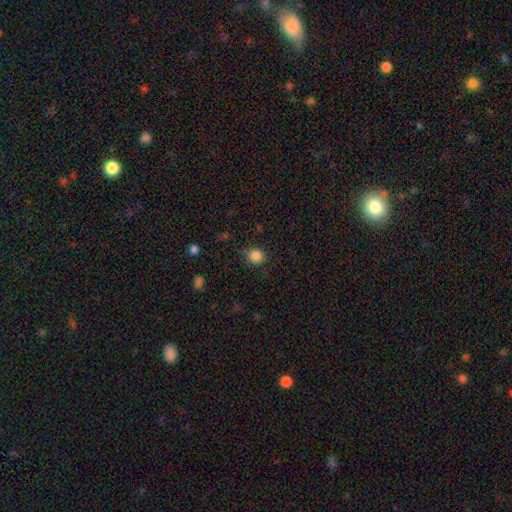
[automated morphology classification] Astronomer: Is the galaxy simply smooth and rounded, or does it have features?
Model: smooth — 85%.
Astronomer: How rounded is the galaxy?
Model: round — 80%.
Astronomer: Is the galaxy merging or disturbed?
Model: none — 82%.